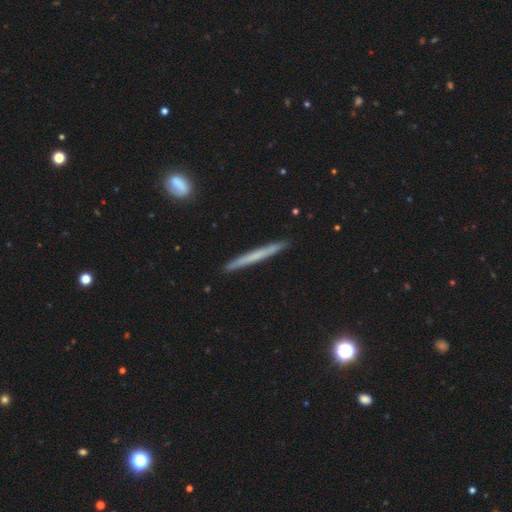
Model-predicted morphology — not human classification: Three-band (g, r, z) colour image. It shows a smooth galaxy with no disk features (50%). Merging: none (91%).